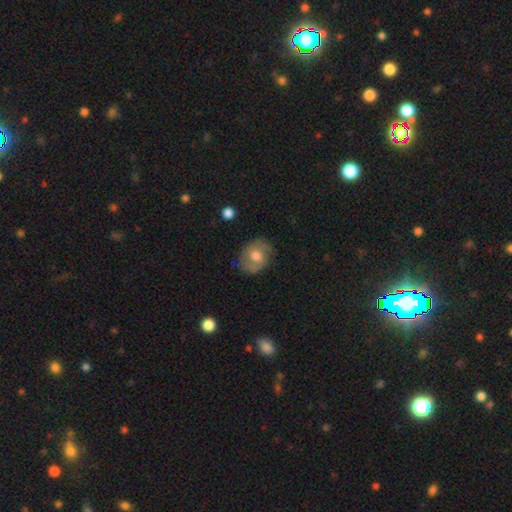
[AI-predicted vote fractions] A smooth galaxy with no disk features (47%). Merging: none (71%).